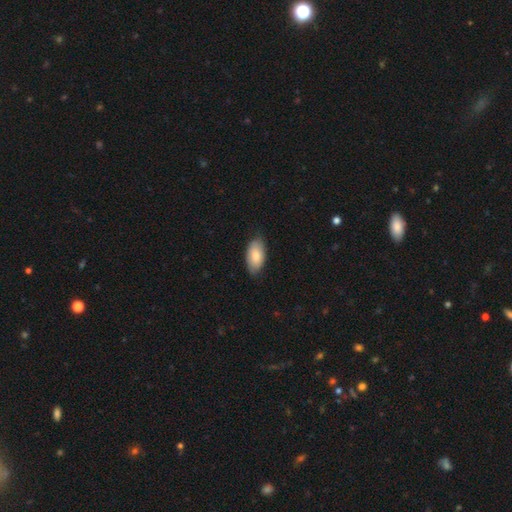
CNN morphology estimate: smooth 81%, featured or disk 14%, star or artifact 6%. Down the decision tree: how rounded — in between (94%); merging — none (79%).